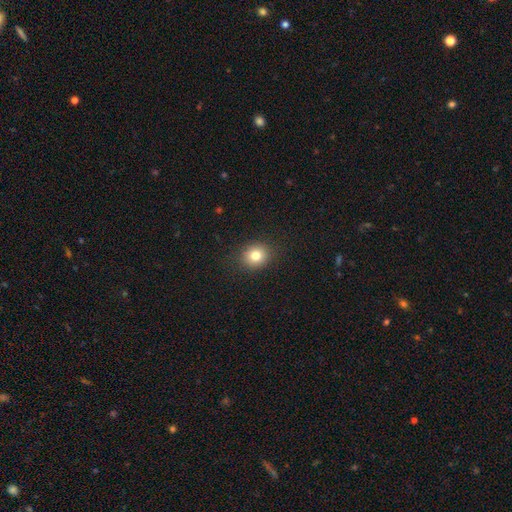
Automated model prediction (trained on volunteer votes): This appears to be a smooth galaxy with no disk features (80%) that is round (73%). Merging: none (89%).